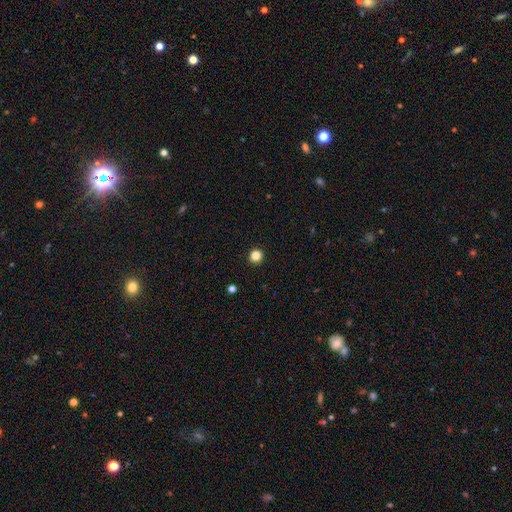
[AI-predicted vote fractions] smooth-or-featured: smooth: 84% | star or artifact: 12% | featured or disk: 4%
  how-rounded: round: 94% | in between: 5% | cigar-shaped: 1%
  merging: none: 94% | minor disturbance: 4% | major disturbance: 1% | merger: 1%